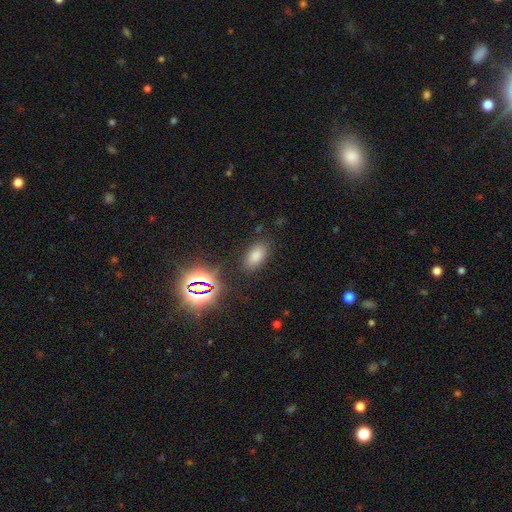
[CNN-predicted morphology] smooth-or-featured: smooth: 73% | star or artifact: 19% | featured or disk: 8%
  how-rounded: in between: 91% | round: 6% | cigar-shaped: 3%
  merging: none: 84% | minor disturbance: 10% | major disturbance: 4% | merger: 2%